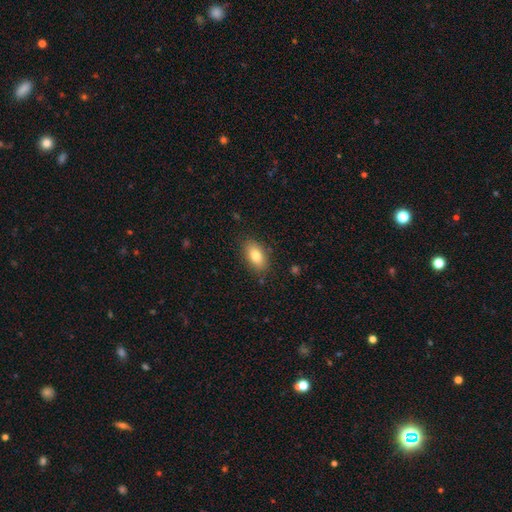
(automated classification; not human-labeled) A smooth galaxy with no disk features (81%) that is in between round and cigar-shaped (90%). Merging: none (85%).